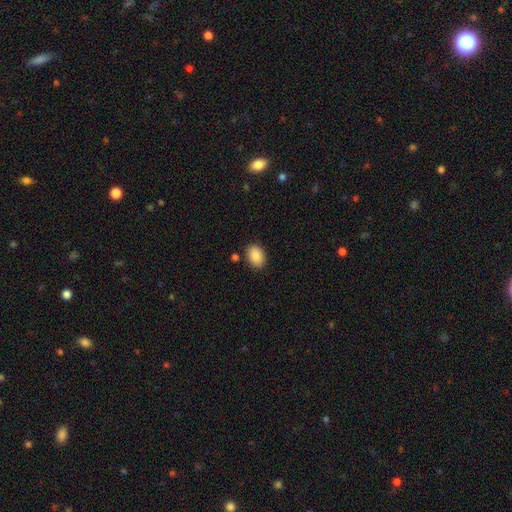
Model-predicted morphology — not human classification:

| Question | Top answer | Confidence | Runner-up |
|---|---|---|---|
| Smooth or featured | smooth | 88% | star or artifact (7%) |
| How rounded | in between | 85% | round (14%) |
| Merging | none | 85% | minor disturbance (10%) |